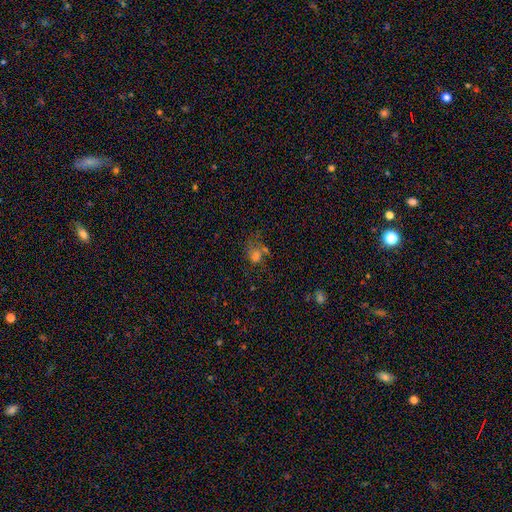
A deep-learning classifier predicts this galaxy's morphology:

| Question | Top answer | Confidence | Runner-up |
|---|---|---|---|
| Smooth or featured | smooth | 57% | star or artifact (25%) |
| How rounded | round | 56% | in between (42%) |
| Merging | none | 35% | merger (25%) |